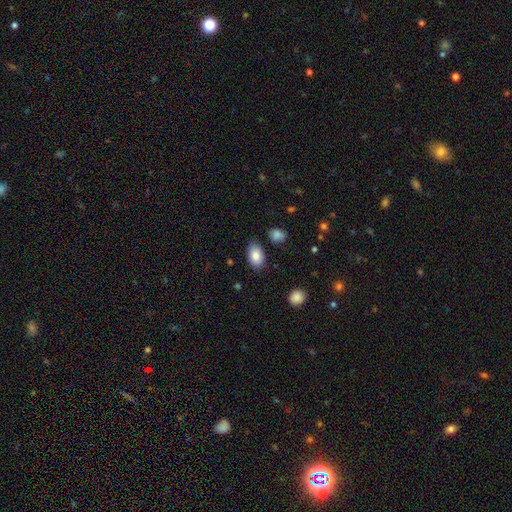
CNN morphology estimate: Smooth or featured: smooth — 86% (star or artifact — 7%)
How rounded: in between — 92% (round — 7%)
Merging: none — 81% (minor disturbance — 13%)